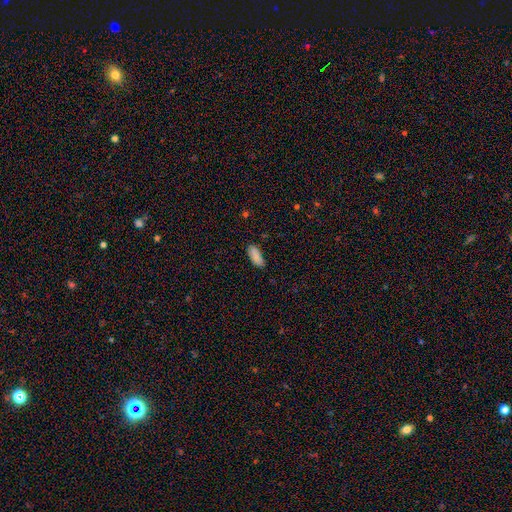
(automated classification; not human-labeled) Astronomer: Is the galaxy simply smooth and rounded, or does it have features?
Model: smooth — 88%.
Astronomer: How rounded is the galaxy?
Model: in between — 78%.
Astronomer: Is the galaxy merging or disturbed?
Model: none — 83%.